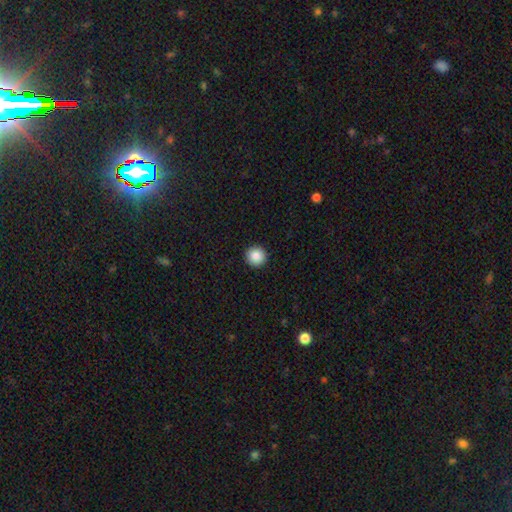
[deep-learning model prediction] This appears to be a smooth galaxy with no disk features (87%) that is round (95%). Merging: none (93%).